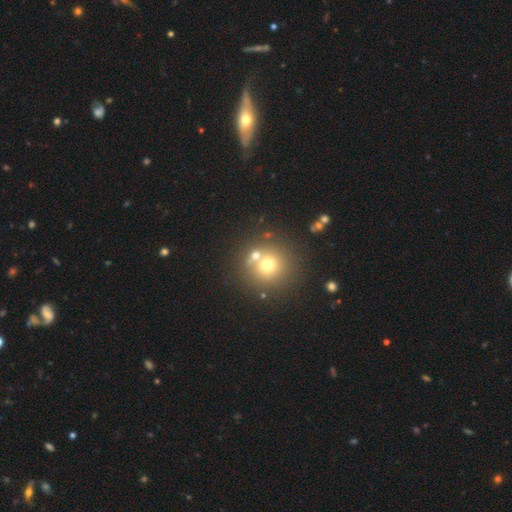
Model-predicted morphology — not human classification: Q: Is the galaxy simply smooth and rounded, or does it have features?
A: smooth — 65%.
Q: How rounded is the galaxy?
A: round — 91%.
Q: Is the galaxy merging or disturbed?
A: none — 60%.